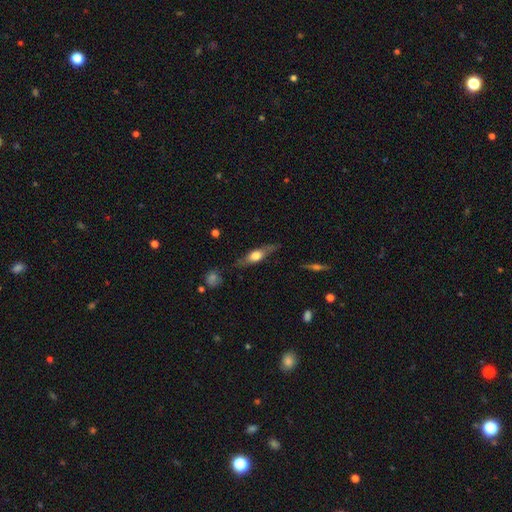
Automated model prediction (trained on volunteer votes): Smooth or featured? Predicted: featured or disk (p=0.59). Edge-on disk? Predicted: yes (p=0.91). Edge-on bulge? Predicted: rounded (p=0.90). Merging? Predicted: none (p=0.78).